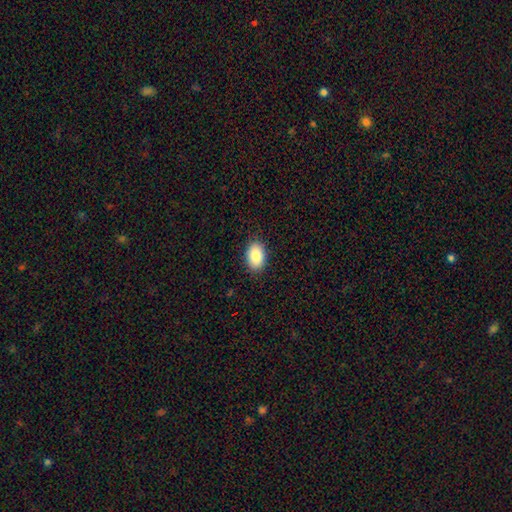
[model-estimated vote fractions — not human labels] Smooth or featured: smooth — 88% (star or artifact — 7%)
How rounded: in between — 89% (round — 10%)
Merging: none — 89% (minor disturbance — 8%)